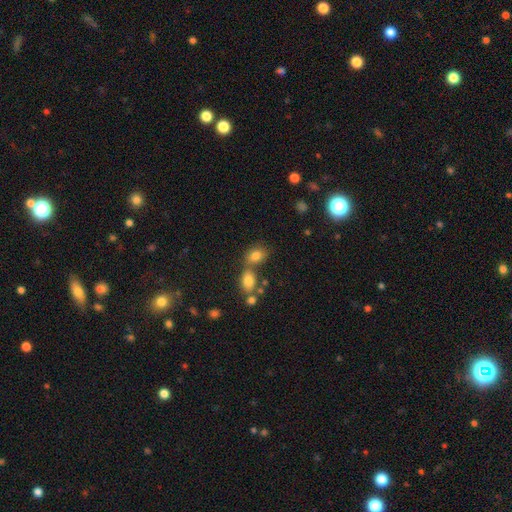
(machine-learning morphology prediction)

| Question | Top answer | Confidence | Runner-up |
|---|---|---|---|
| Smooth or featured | smooth | 80% | star or artifact (12%) |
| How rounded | in between | 71% | round (27%) |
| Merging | none | 46% | merger (38%) |